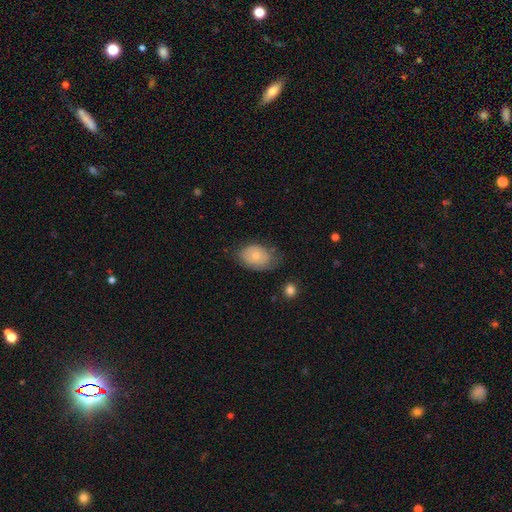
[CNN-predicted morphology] The model was most divided on "merging": none: 55%, minor disturbance: 32%, major disturbance: 11%, merger: 2%. More confident: how rounded — in between (79%); smooth or featured — smooth (63%).